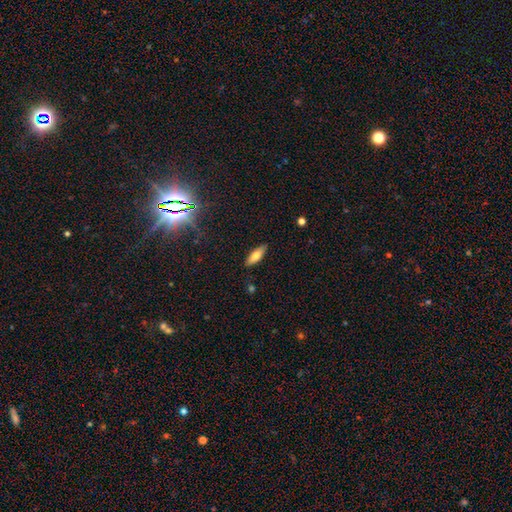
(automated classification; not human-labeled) The model was most divided on "how rounded": in between: 59%, cigar-shaped: 39%, round: 2%. More confident: merging — none (88%); smooth or featured — smooth (68%).